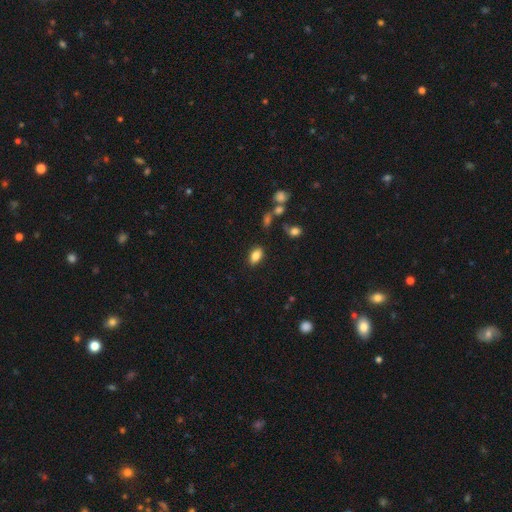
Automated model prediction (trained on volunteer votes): Q: Smooth or featured?
A: smooth (83%); runner-up: star or artifact (9%)
Q: How rounded?
A: in between (88%); runner-up: round (8%)
Q: Merging?
A: none (85%); runner-up: minor disturbance (10%)